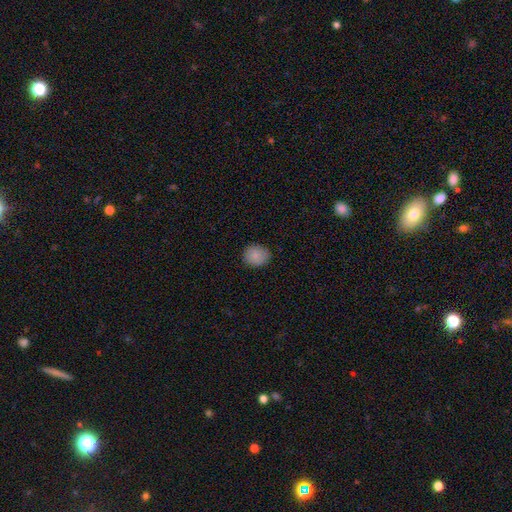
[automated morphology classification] The model was most divided on "how rounded": round: 72%, in between: 27%, cigar-shaped: 1%. More confident: merging — none (86%); smooth or featured — smooth (85%).